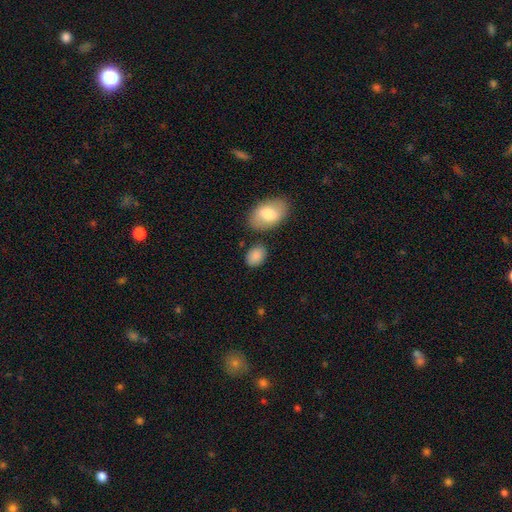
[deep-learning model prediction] A smooth galaxy with no disk features (86%) that is in between round and cigar-shaped (78%). Merging: none (75%).